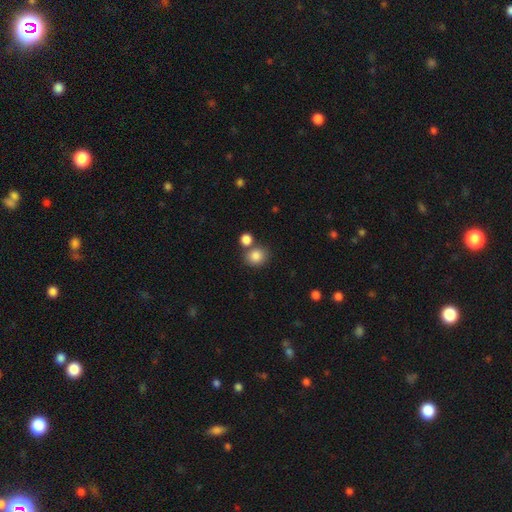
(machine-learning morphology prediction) Q: Smooth or featured?
A: smooth (85%); runner-up: star or artifact (10%)
Q: How rounded?
A: round (71%); runner-up: in between (28%)
Q: Merging?
A: none (66%); runner-up: merger (21%)